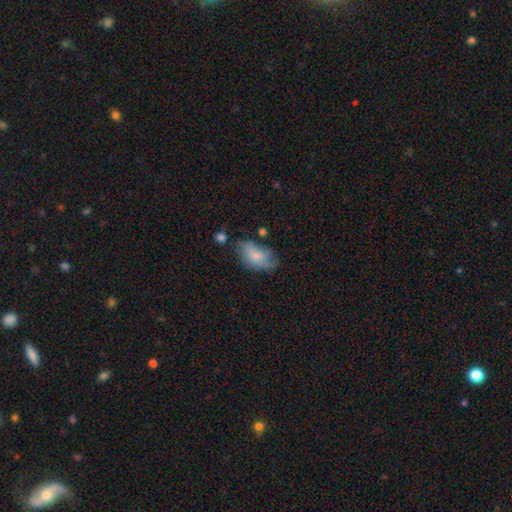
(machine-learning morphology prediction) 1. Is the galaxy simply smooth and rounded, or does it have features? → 68% smooth, 24% featured or disk, 8% star or artifact.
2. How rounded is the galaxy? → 92% in between, 5% round, 3% cigar-shaped.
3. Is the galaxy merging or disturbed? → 49% none, 32% minor disturbance, 14% major disturbance, 5% merger.